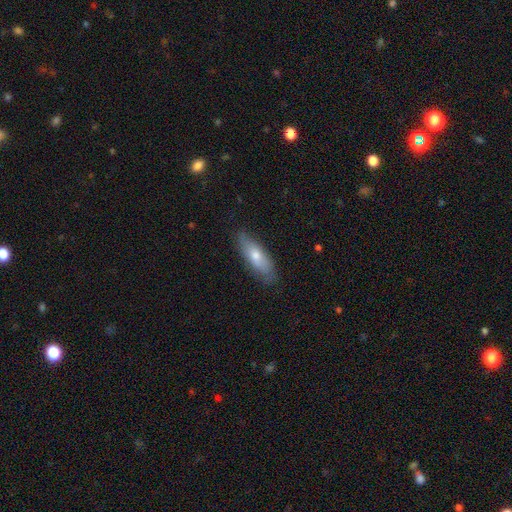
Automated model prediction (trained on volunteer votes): Smooth or featured? Predicted: smooth (p=0.63). How rounded? Predicted: cigar-shaped (p=0.50). Merging? Predicted: none (p=0.82).